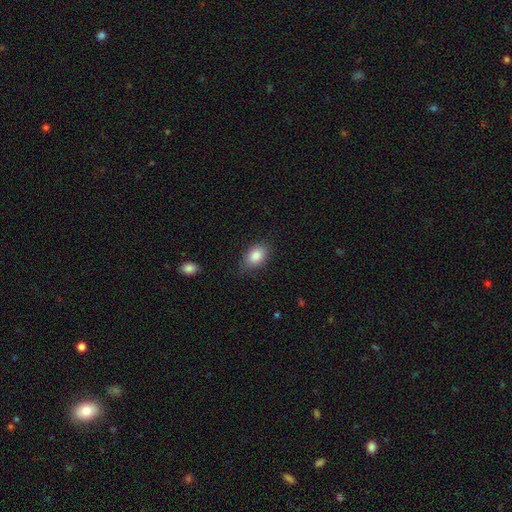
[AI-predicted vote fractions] Morphology: type=smooth (86%); roundness=in between (86%); merging=none (76%).